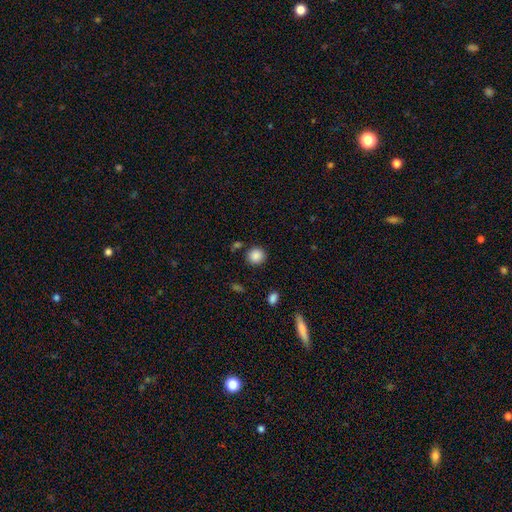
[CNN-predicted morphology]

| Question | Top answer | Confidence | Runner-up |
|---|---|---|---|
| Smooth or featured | smooth | 87% | star or artifact (10%) |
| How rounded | round | 89% | in between (10%) |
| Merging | none | 84% | minor disturbance (8%) |